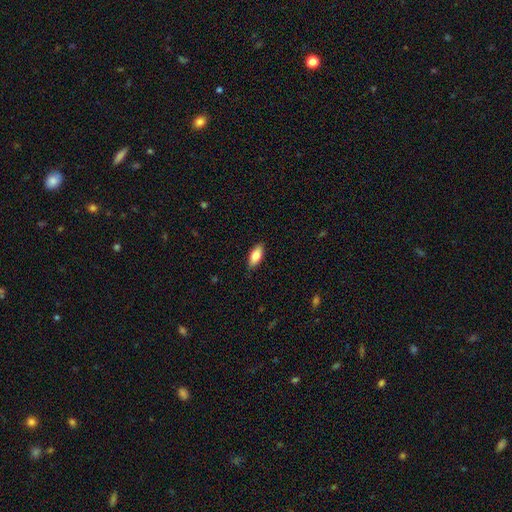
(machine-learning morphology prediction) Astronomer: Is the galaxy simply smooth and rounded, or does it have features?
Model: smooth — 80%.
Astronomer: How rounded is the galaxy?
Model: in between — 83%.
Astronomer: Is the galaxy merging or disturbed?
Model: none — 88%.